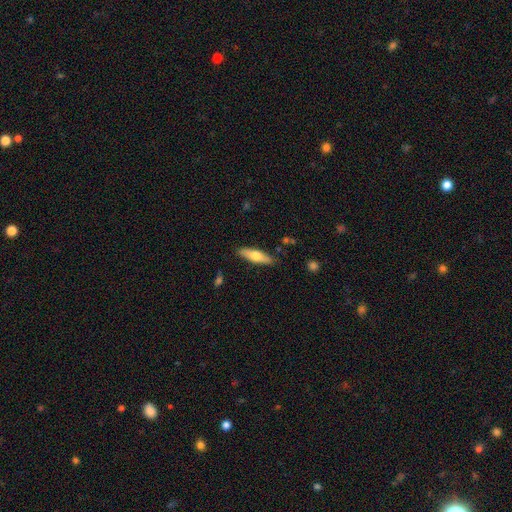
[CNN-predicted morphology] smooth-or-featured: smooth: 61% | featured or disk: 33% | star or artifact: 6%
  how-rounded: cigar-shaped: 59% | in between: 39% | round: 2%
  merging: none: 86% | minor disturbance: 10% | major disturbance: 2% | merger: 2%